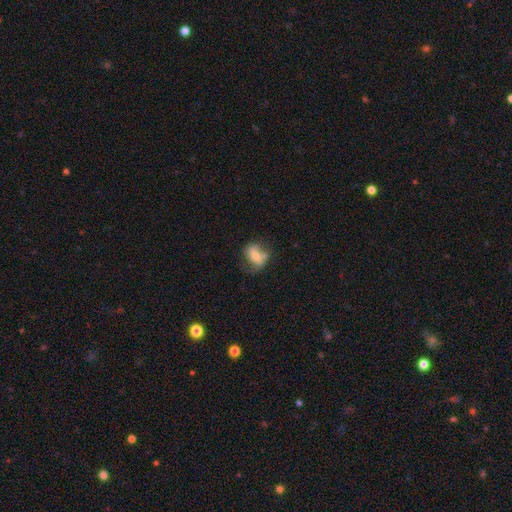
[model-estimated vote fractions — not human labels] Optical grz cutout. It shows a smooth galaxy with no disk features (47%). Merging: none (49%).